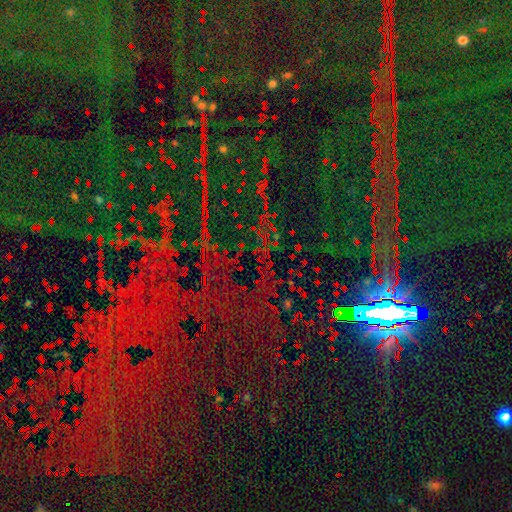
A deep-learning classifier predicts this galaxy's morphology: Smooth or featured? star or artifact (87%)